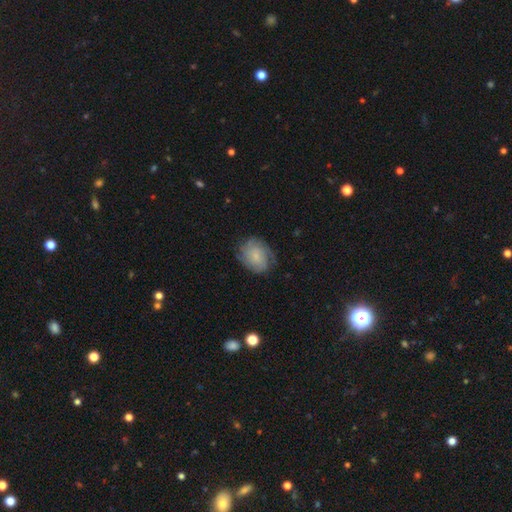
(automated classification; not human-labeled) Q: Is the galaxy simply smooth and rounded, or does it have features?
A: featured or disk — 47%.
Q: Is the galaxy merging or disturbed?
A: none — 68%.